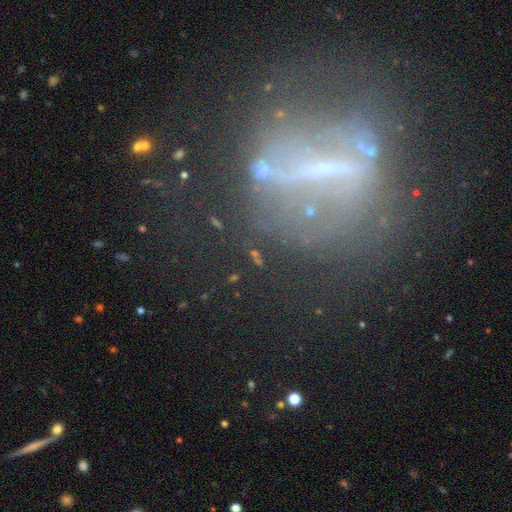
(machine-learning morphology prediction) A star or artifact, not a galaxy (38%).